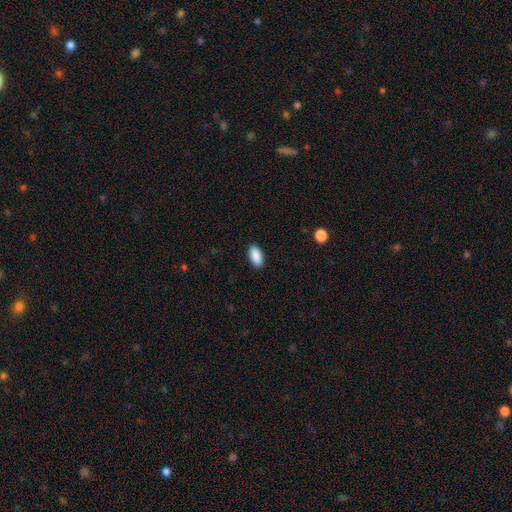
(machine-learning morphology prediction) smooth_or_featured: smooth (p=0.91) [alt: star or artifact p=0.06]
how_rounded: in between (p=0.93) [alt: cigar-shaped p=0.05]
merging: none (p=0.90) [alt: minor disturbance p=0.07]